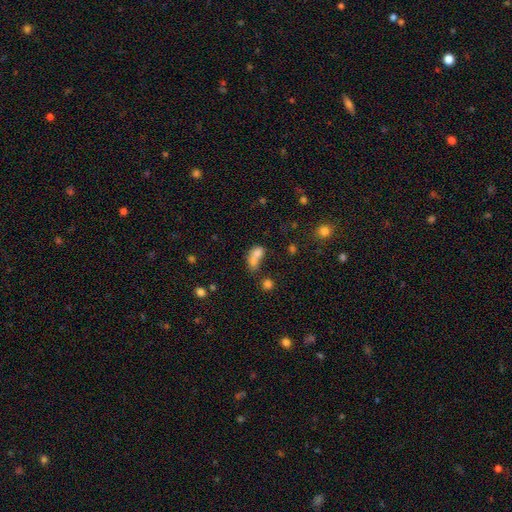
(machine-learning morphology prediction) This appears to be a smooth galaxy with no disk features (72%) that is in between round and cigar-shaped (62%). Merging: merger (67%).